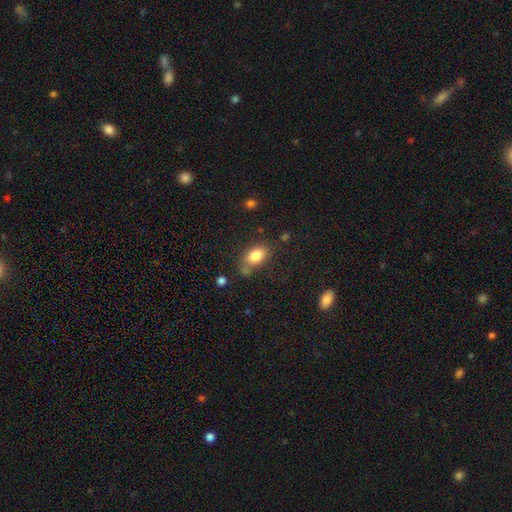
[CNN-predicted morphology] A smooth galaxy with no disk features (82%) that is in between round and cigar-shaped (86%). Merging: none (62%).